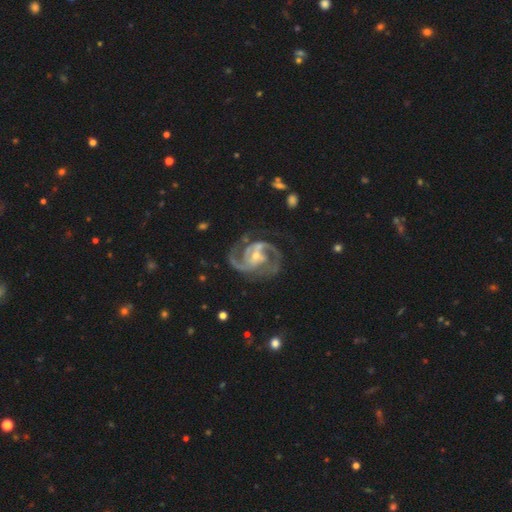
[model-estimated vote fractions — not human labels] Morphology: type=featured or disk (93%); edge-on=no (98%); bar=weak (42%); spiral arms=yes (98%); winding=medium (62%); arm count=2 (78%); bulge=small (57%); merging=none (71%).